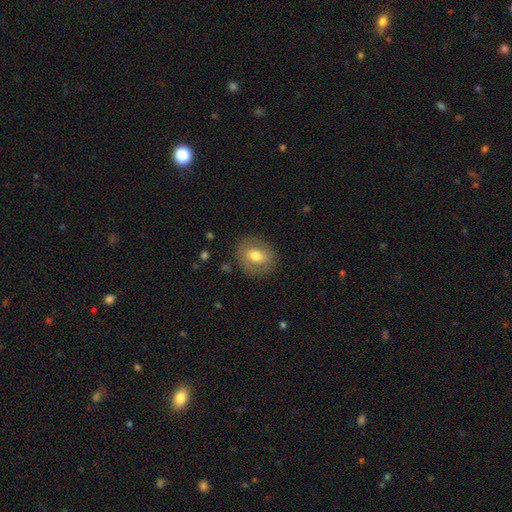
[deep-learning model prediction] Morphology: type=smooth (67%); roundness=round (65%); merging=none (84%).